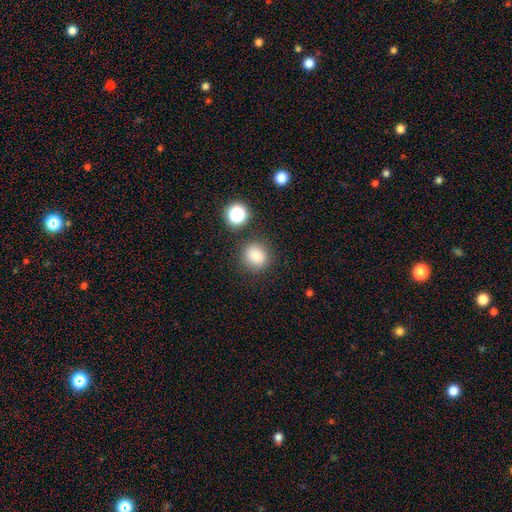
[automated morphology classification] Overall: smooth (80%). How rounded: round (85%). Merging: none (82%).